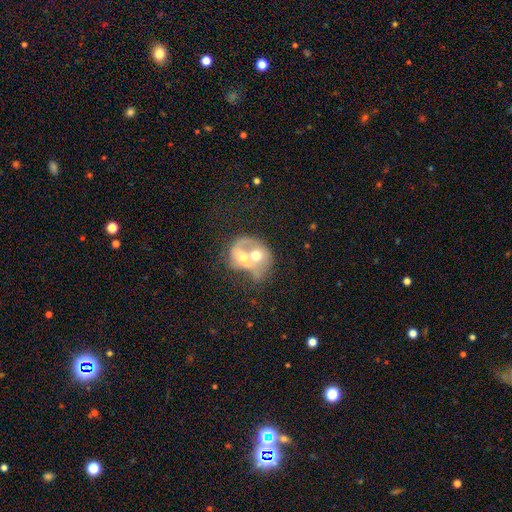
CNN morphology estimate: smooth-or-featured: featured or disk: 51% | smooth: 41% | star or artifact: 8%
  disk-edge-on: no: 96% | yes: 4%
  merging: merger: 76% | none: 10% | major disturbance: 9% | minor disturbance: 6%